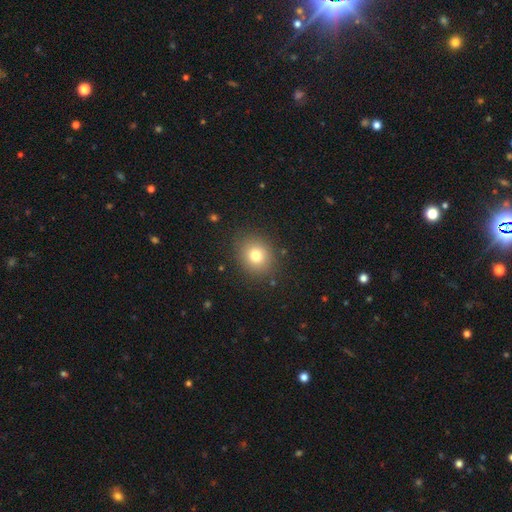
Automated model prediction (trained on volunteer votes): smooth 77%, star or artifact 13%, featured or disk 10%. Down the decision tree: how rounded — round (70%); merging — none (87%).